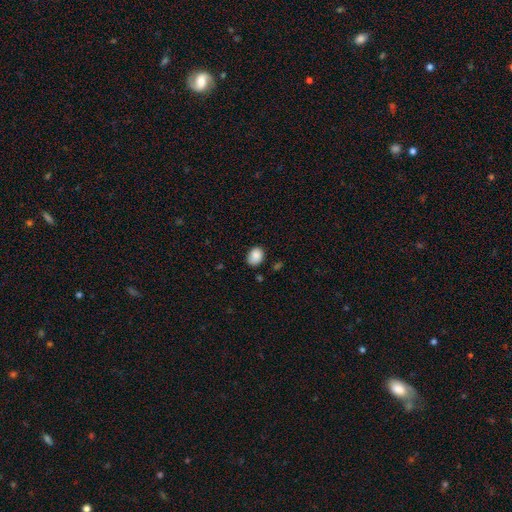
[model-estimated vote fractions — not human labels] A smooth galaxy with no disk features (88%) that is in between round and cigar-shaped (60%). Merging: none (75%).